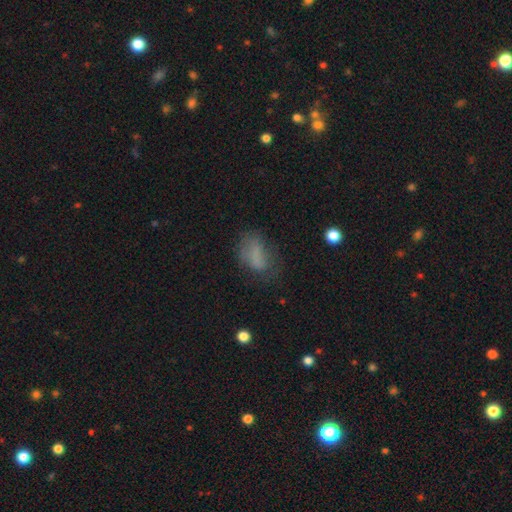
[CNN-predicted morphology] Smooth or featured? Predicted: smooth (p=0.69). How rounded? Predicted: in between (p=0.84). Merging? Predicted: none (p=0.48).